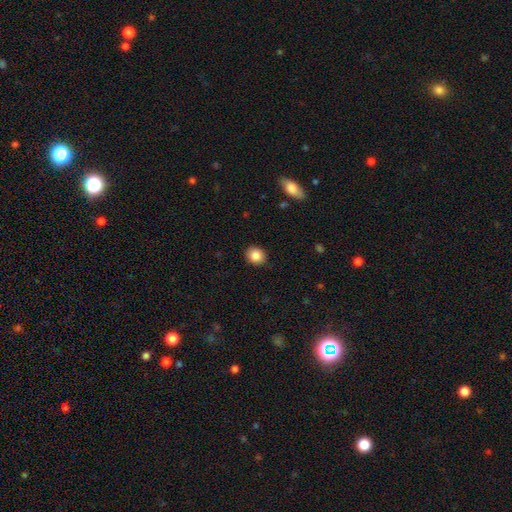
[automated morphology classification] This appears to be a smooth galaxy with no disk features (86%) that is round (71%). Merging: none (90%).